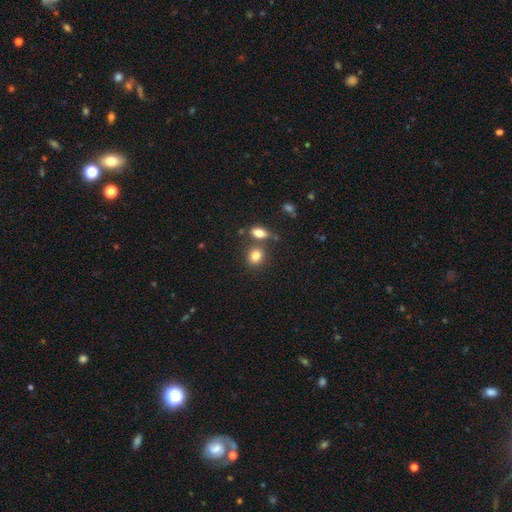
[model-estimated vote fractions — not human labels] A smooth galaxy with no disk features (82%) that is in between round and cigar-shaped (50%). Merging: none (62%).